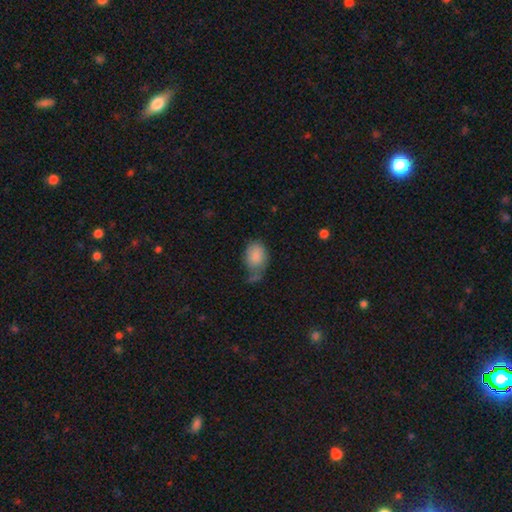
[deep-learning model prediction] This is clearly a smooth galaxy (83%). How rounded: likely in between (76%). Merging: marginally none (37%).